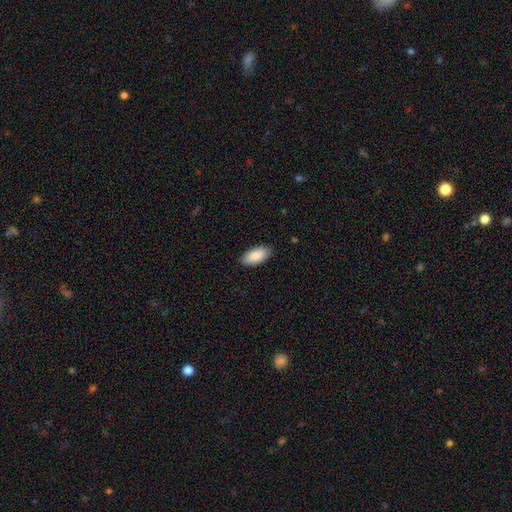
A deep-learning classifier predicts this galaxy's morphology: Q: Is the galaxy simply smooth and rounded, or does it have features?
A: smooth — 88%.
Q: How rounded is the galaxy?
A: in between — 92%.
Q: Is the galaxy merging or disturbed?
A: none — 88%.